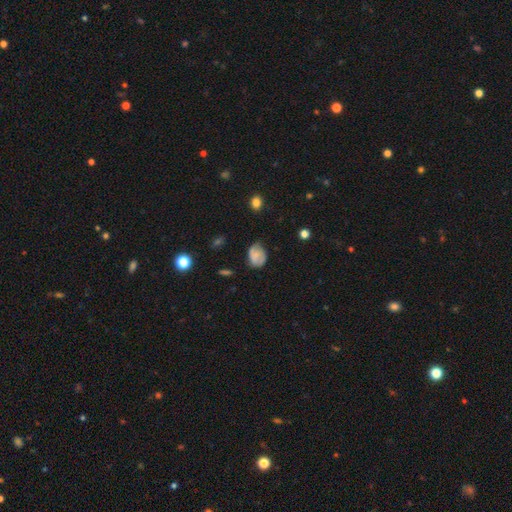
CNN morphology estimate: A smooth galaxy with no disk features (52%) that is in between round and cigar-shaped (63%). Merging: none (54%).